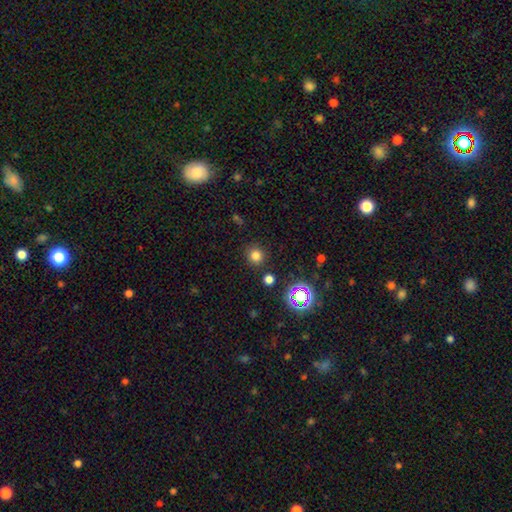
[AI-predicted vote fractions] The model was most divided on "smooth or featured": smooth: 77%, star or artifact: 18%, featured or disk: 5%. More confident: how rounded — round (92%); merging — none (86%).